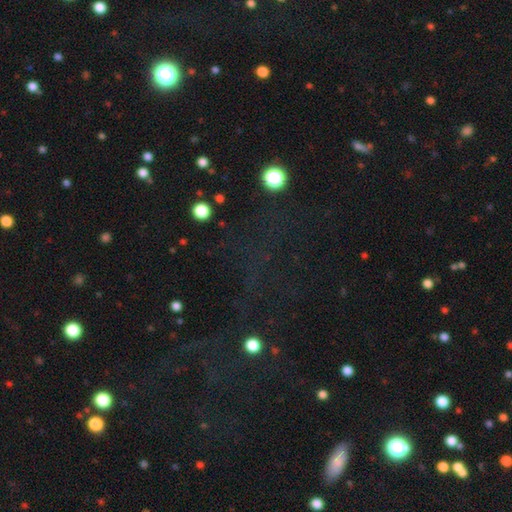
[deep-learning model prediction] Smooth or featured: star or artifact — 70% (smooth — 21%)